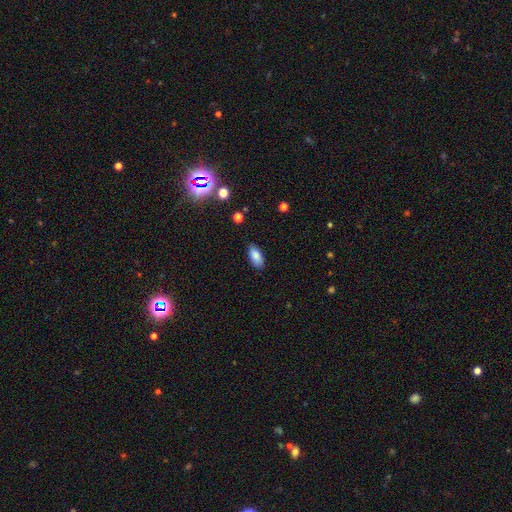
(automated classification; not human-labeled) smooth-or-featured: smooth: 84% | star or artifact: 8% | featured or disk: 8%
  how-rounded: in between: 89% | cigar-shaped: 9% | round: 2%
  merging: none: 85% | minor disturbance: 12% | major disturbance: 2% | merger: 1%